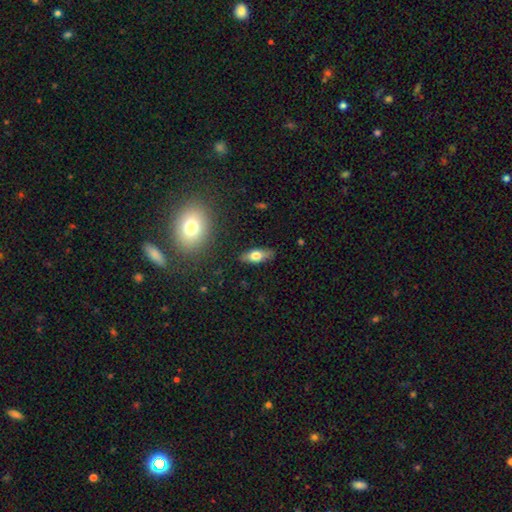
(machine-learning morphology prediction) Smooth or featured: smooth — 63% (featured or disk — 30%)
How rounded: in between — 72% (cigar-shaped — 23%)
Merging: none — 85% (minor disturbance — 11%)